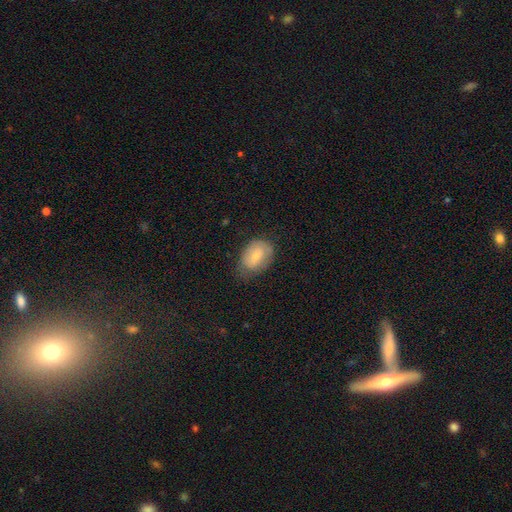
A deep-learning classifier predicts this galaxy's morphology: This appears to be a smooth galaxy with no disk features (70%) that is in between round and cigar-shaped (79%). Merging: none (60%).